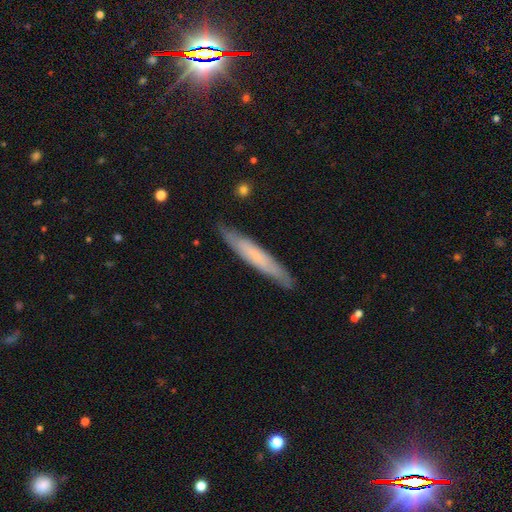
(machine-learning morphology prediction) Smooth or featured? Predicted: smooth (p=0.53). How rounded? Predicted: cigar-shaped (p=0.93). Merging? Predicted: none (p=0.85).